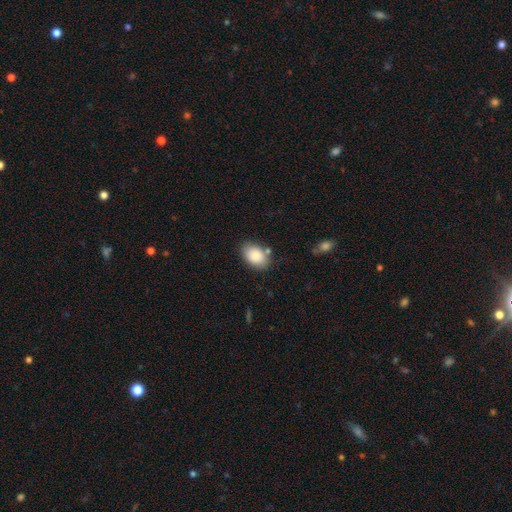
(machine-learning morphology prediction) Q: Smooth or featured?
A: smooth (86%); runner-up: star or artifact (7%)
Q: How rounded?
A: in between (86%); runner-up: round (13%)
Q: Merging?
A: none (76%); runner-up: minor disturbance (15%)